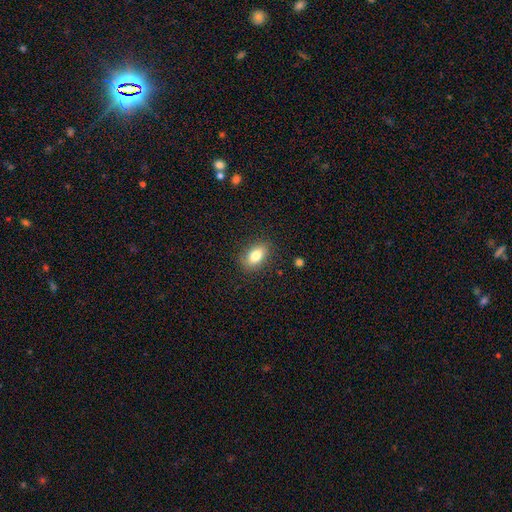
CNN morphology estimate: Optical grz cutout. It shows a smooth galaxy with no disk features (79%) that is in between round and cigar-shaped (85%). Merging: none (86%).